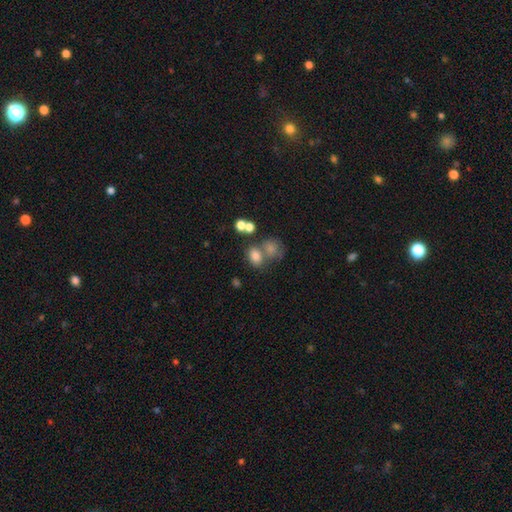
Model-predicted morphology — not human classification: A smooth galaxy with no disk features (75%) that is in between round and cigar-shaped (64%). Merging: none (46%).